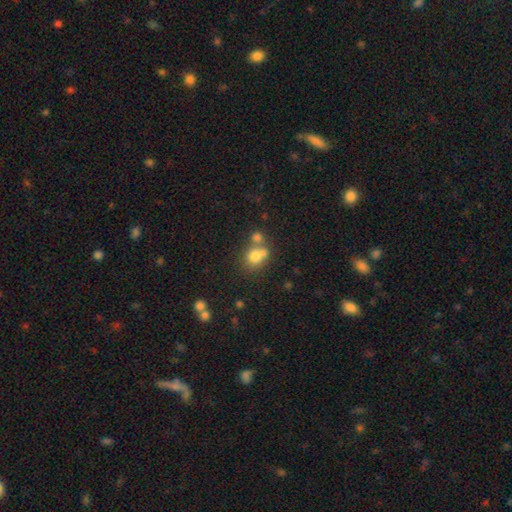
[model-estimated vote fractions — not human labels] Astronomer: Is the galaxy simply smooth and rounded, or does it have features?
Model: smooth — 73%.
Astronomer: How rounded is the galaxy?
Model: round — 68%.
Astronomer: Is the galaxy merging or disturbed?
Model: merger — 43% (runner-up: none, 41%).